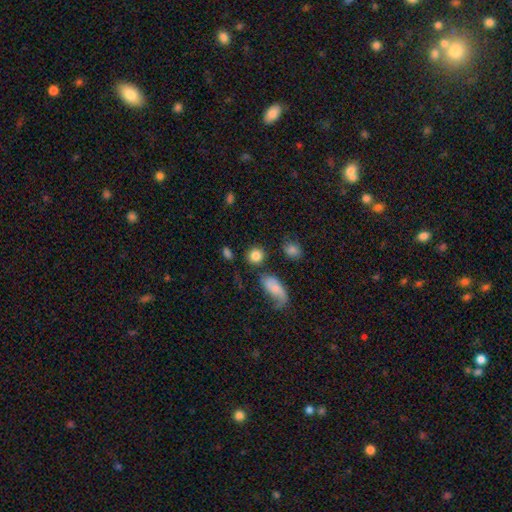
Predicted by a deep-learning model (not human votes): Morphology: type=smooth (83%); roundness=round (81%); merging=none (77%).